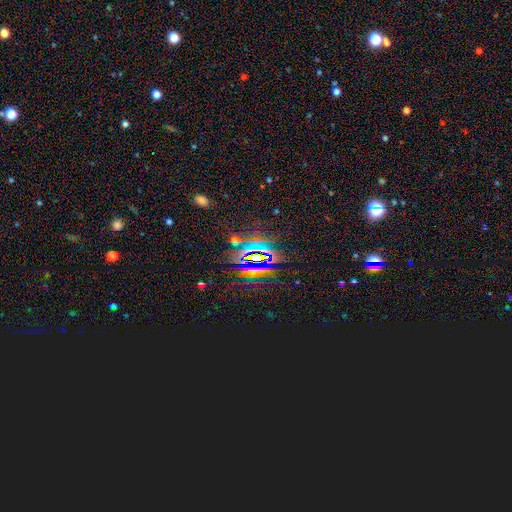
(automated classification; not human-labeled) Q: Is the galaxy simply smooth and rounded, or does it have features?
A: star or artifact — 81%.